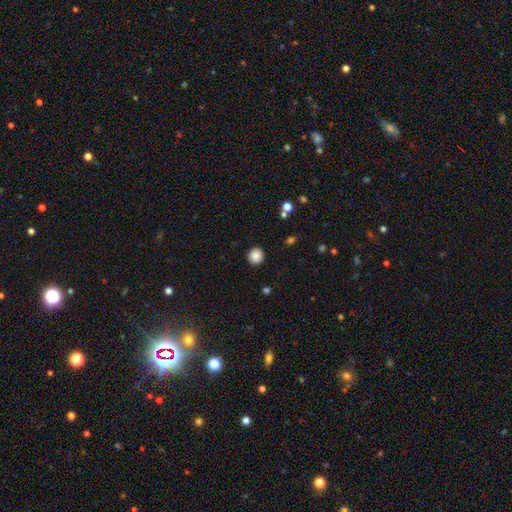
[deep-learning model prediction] Q: Smooth or featured?
A: smooth (88%); runner-up: star or artifact (9%)
Q: How rounded?
A: round (93%); runner-up: in between (6%)
Q: Merging?
A: none (92%); runner-up: minor disturbance (5%)